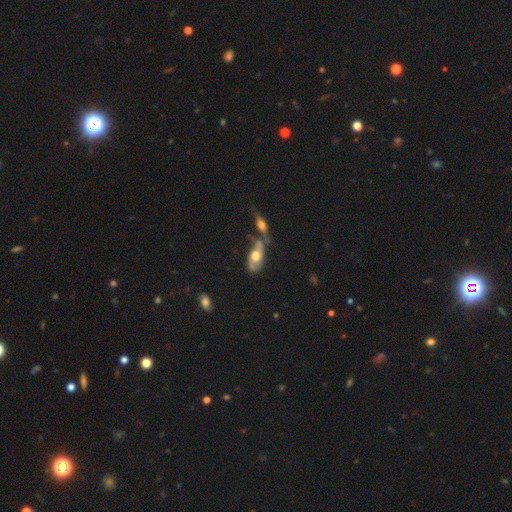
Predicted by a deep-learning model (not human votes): smooth_or_featured: featured or disk (p=0.53) [alt: smooth p=0.40]
disk_edge_on: no (p=0.79) [alt: yes p=0.21]
merging: merger (p=0.44) [alt: none p=0.31]